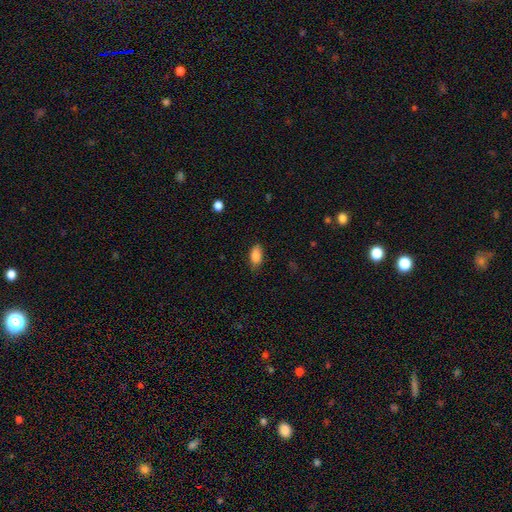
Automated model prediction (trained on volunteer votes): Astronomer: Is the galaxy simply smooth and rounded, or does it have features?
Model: smooth — 85%.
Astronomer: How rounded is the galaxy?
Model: in between — 90%.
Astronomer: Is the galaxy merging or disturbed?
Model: none — 75%.